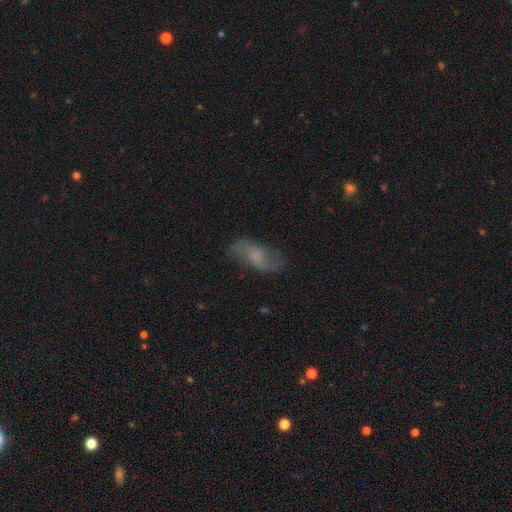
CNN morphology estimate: Smooth or featured: featured or disk — 49% (smooth — 42%)
Merging: none — 70% (minor disturbance — 20%)